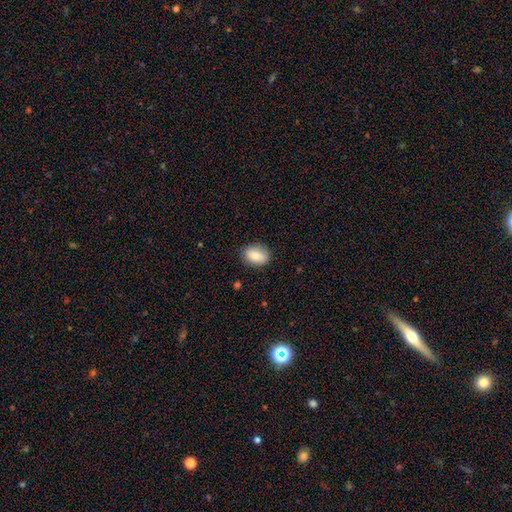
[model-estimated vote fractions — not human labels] Morphology: type=smooth (81%); roundness=in between (79%); merging=none (85%).